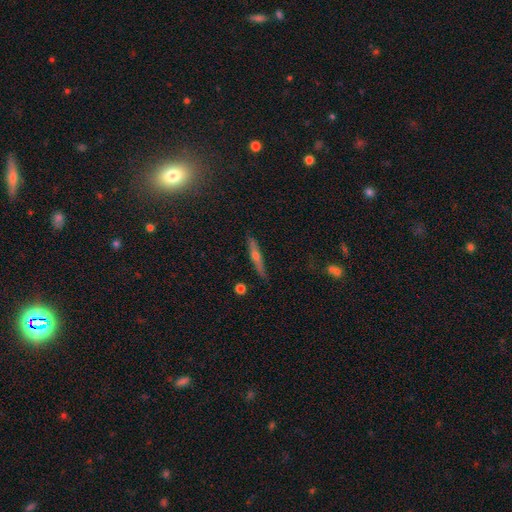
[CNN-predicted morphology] Smooth or featured: featured or disk — 63% (smooth — 29%)
Edge-on disk: yes — 96% (no — 4%)
Edge-on bulge: rounded — 85% (none — 11%)
Merging: none — 87% (minor disturbance — 9%)